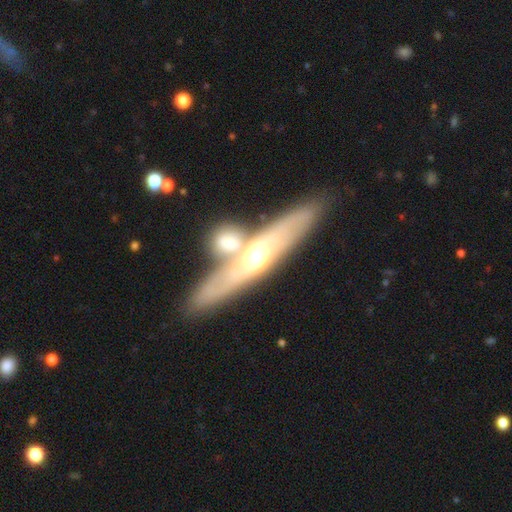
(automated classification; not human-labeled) Smooth or featured?
  - featured or disk: 61% *
  - smooth: 33%
  - star or artifact: 6%
Edge-on disk?
  - yes: 63% *
  - no: 37%
Merging?
  - none: 43% *
  - merger: 42%
  - minor disturbance: 10%
  - major disturbance: 4%